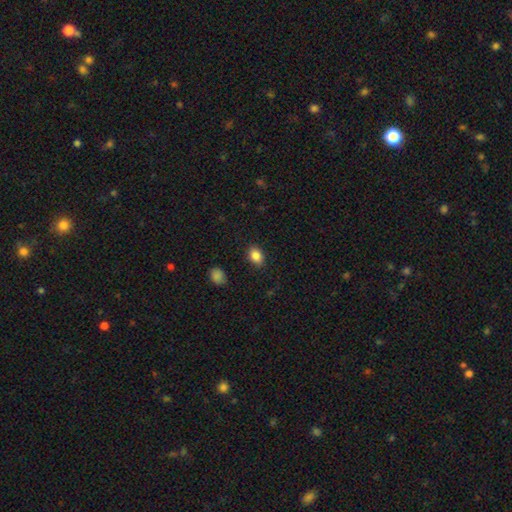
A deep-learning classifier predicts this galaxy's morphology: A smooth galaxy with no disk features (86%) that is in between round and cigar-shaped (76%). Merging: none (87%).